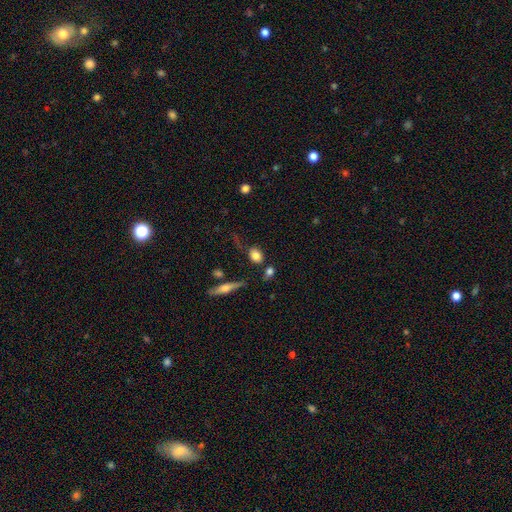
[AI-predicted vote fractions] Overall: smooth (80%). How rounded: in between (61%; round 36%). Merging: none (64%).